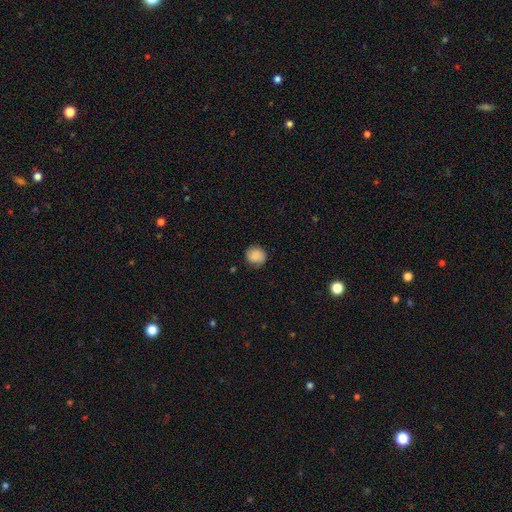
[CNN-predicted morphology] Smooth or featured?
  - smooth: 82% *
  - featured or disk: 9%
  - star or artifact: 8%
How rounded?
  - round: 83% *
  - in between: 16%
  - cigar-shaped: 1%
Merging?
  - none: 80% *
  - minor disturbance: 15%
  - major disturbance: 4%
  - merger: 1%